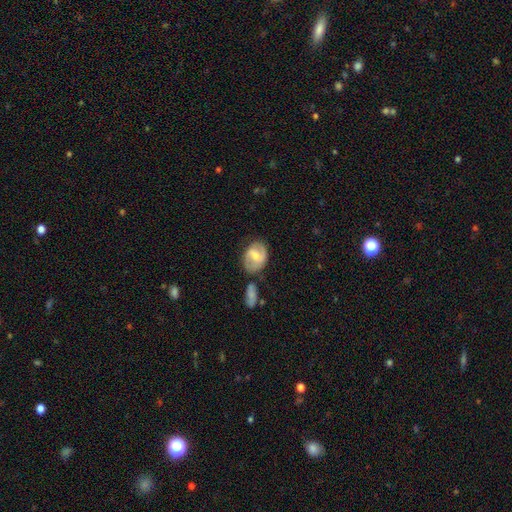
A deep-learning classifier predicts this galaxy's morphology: This appears to be a featured or disk galaxy (56%) with a weak bar (50%), spiral arms (78%) and a moderate central bulge (61%). Merging: none (62%).